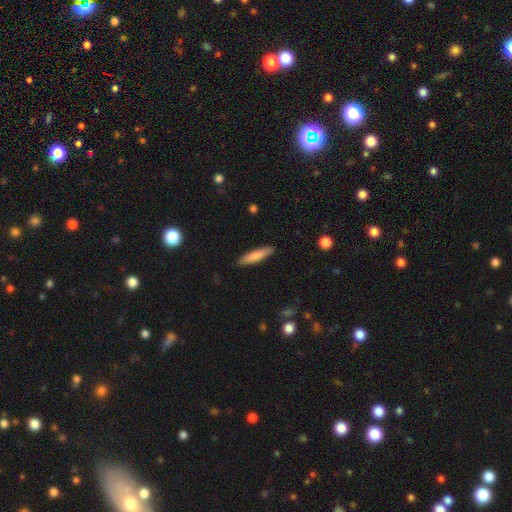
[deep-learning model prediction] Morphology: type=smooth (76%); roundness=cigar-shaped (86%); merging=none (89%).